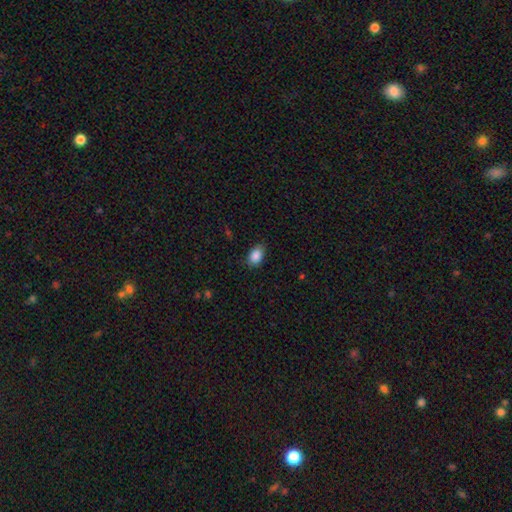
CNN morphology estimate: type=smooth (88%); roundness=in between (87%); merging=none (81%).